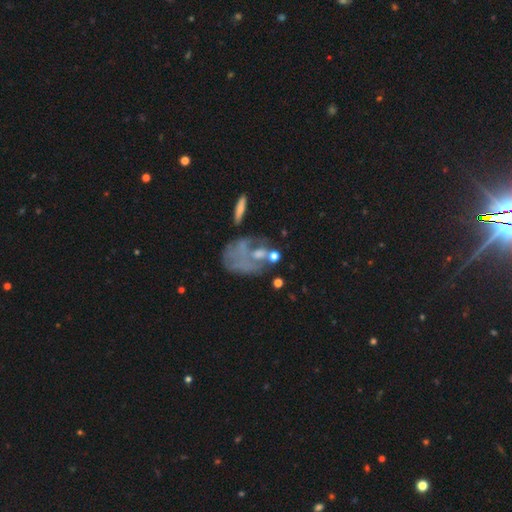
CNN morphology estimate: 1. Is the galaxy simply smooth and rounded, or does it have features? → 52% featured or disk, 32% smooth, 16% star or artifact.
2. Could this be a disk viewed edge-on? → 96% no, 4% yes.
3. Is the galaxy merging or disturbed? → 34% major disturbance, 31% none, 18% minor disturbance, 17% merger.